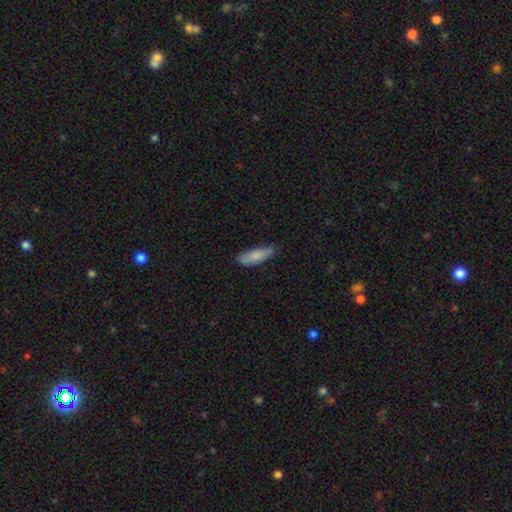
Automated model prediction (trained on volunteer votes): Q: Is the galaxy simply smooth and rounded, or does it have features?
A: smooth — 82%.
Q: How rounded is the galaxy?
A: in between — 52%.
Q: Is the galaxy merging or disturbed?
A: none — 72%.